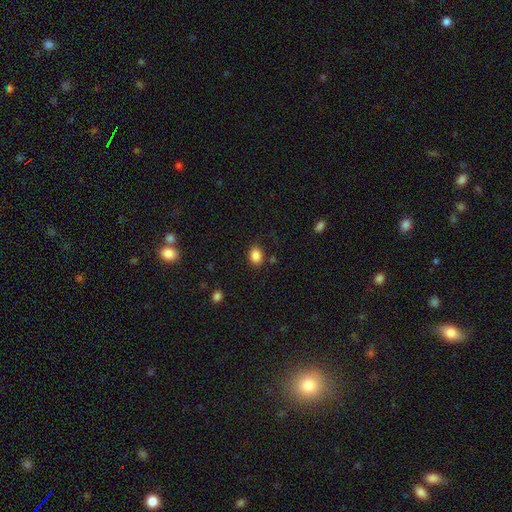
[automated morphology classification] smooth 86%, star or artifact 10%, featured or disk 4%. Down the decision tree: how rounded — in between (64%); merging — none (83%).